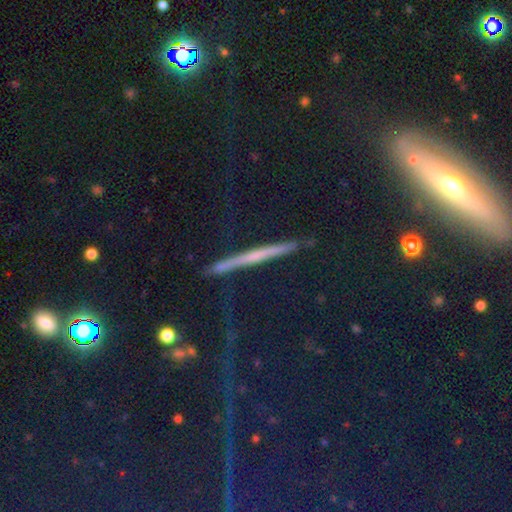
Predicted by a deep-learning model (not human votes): smooth_or_featured: featured or disk (p=0.35) [alt: star or artifact p=0.33]
merging: none (p=0.84) [alt: minor disturbance p=0.10]